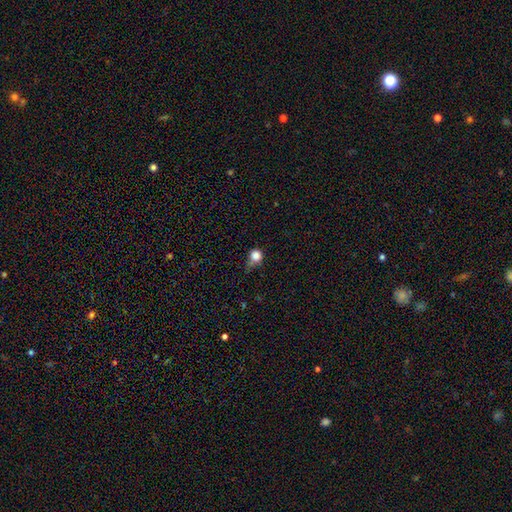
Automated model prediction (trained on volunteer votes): Smooth or featured: smooth — 81% (star or artifact — 12%)
How rounded: round — 86% (in between — 12%)
Merging: none — 44% (minor disturbance — 32%)